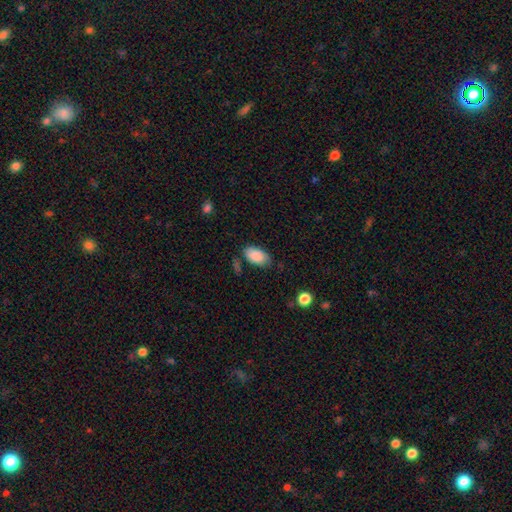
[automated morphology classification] This appears to be a smooth galaxy with no disk features (87%) that is in between round and cigar-shaped (94%). Merging: none (70%).